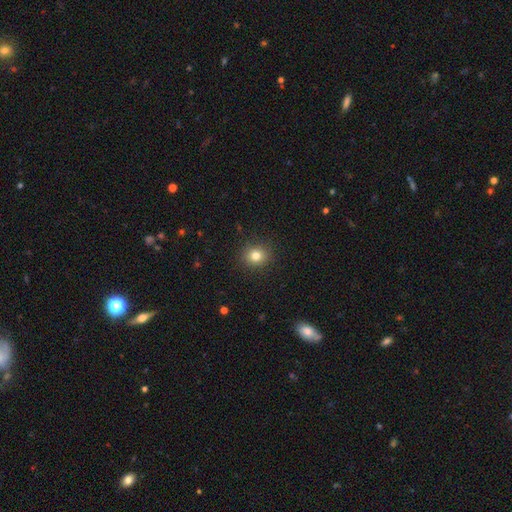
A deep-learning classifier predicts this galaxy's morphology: type=smooth (80%); roundness=round (81%); merging=none (90%).